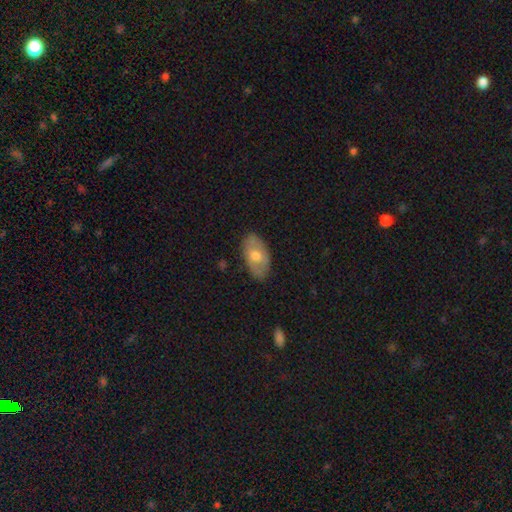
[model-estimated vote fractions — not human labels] A smooth galaxy with no disk features (54%) that is in between round and cigar-shaped (92%).

Vote fractions:
- Smooth or featured? smooth: 54% / featured or disk: 40% / star or artifact: 6%
- How rounded? in between: 92% / round: 6% / cigar-shaped: 2%
- Merging? none: 81% / minor disturbance: 15% / major disturbance: 3% / merger: 1%